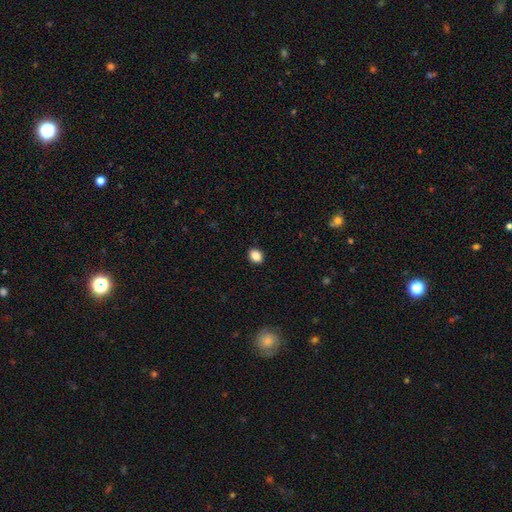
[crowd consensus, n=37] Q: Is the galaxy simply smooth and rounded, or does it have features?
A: smooth — 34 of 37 (92%).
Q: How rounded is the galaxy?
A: round — 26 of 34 (76%).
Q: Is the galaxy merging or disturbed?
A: none — 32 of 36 (89%).